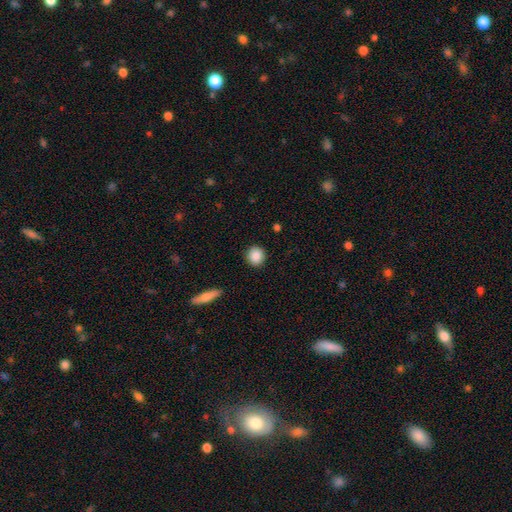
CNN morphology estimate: type=smooth (88%); roundness=round (81%); merging=none (90%).